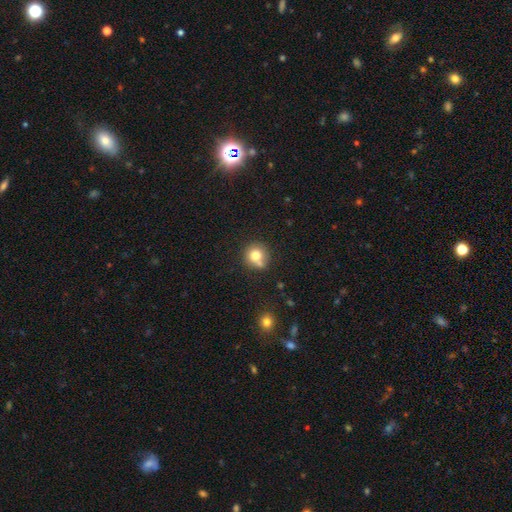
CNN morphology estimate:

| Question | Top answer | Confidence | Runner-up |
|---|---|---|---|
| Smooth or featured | smooth | 76% | featured or disk (13%) |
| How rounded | round | 88% | in between (11%) |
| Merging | none | 62% | merger (19%) |